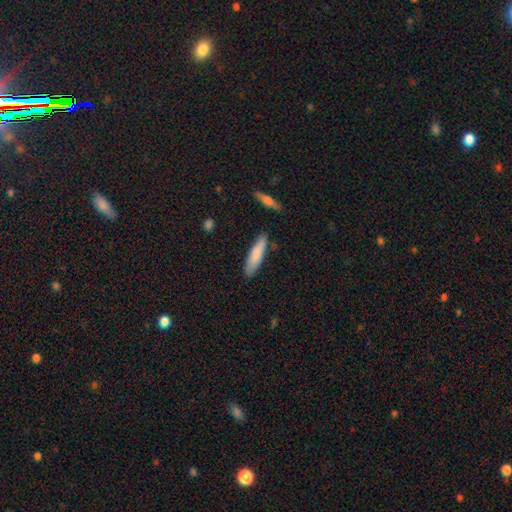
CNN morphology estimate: Smooth or featured? Predicted: smooth (p=0.81). How rounded? Predicted: cigar-shaped (p=0.72). Merging? Predicted: none (p=0.81).